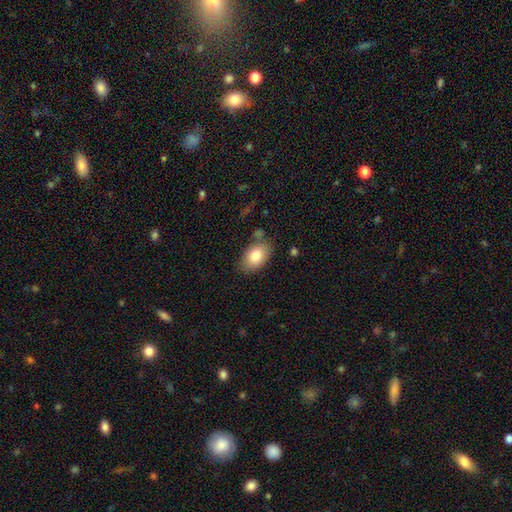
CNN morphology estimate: A smooth galaxy with no disk features (80%) that is in between round and cigar-shaped (88%). Merging: none (76%).